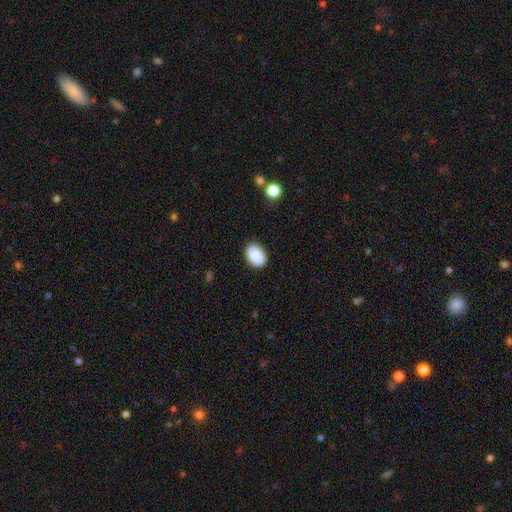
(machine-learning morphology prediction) The model was most divided on "merging": none: 86%, minor disturbance: 11%, major disturbance: 2%, merger: 1%. More confident: how rounded — in between (89%); smooth or featured — smooth (88%).